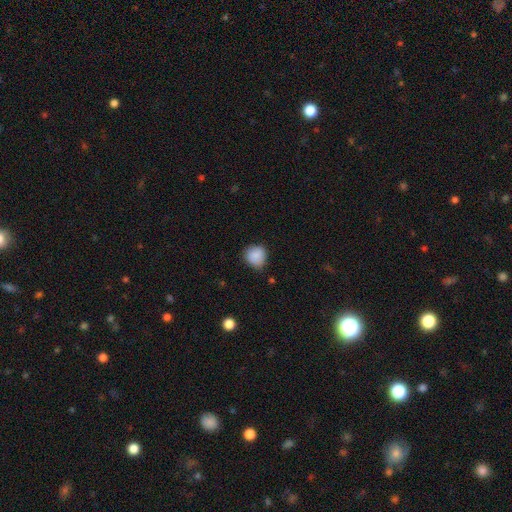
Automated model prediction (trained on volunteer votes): This appears to be a smooth galaxy with no disk features (85%) that is round (85%). Merging: none (73%).